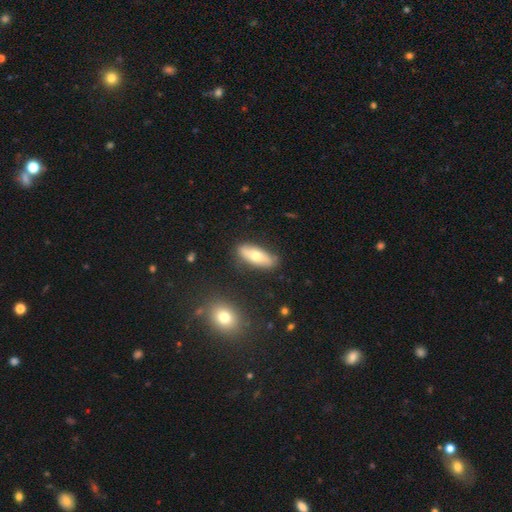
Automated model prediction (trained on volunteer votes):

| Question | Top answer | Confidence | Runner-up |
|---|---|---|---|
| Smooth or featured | smooth | 63% | featured or disk (31%) |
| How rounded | in between | 68% | cigar-shaped (29%) |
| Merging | none | 84% | minor disturbance (11%) |